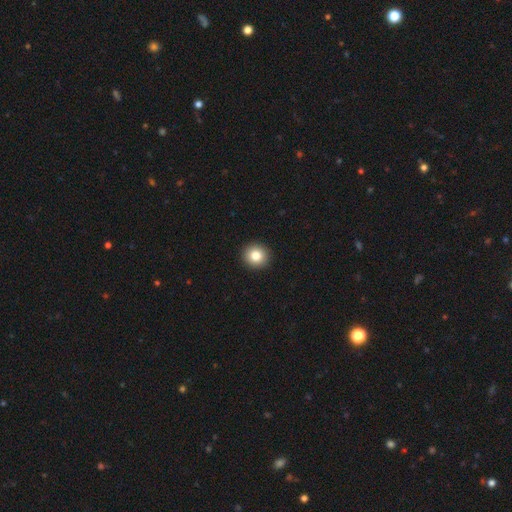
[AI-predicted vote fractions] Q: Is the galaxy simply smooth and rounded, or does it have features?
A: smooth — 83%.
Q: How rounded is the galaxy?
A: round — 90%.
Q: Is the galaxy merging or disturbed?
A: none — 93%.